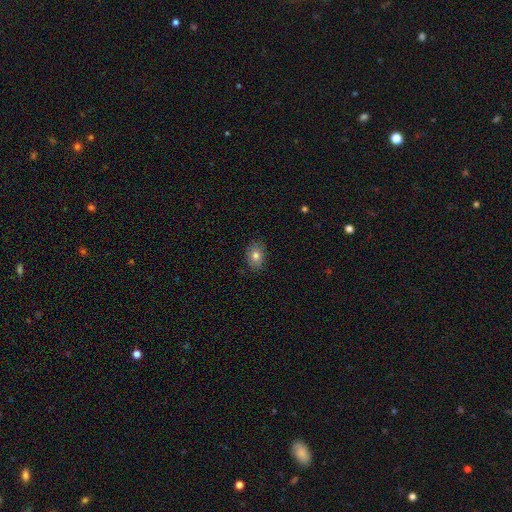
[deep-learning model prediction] The model was most divided on "how rounded": in between: 74%, round: 25%, cigar-shaped: 1%. More confident: merging — none (84%); smooth or featured — smooth (79%).